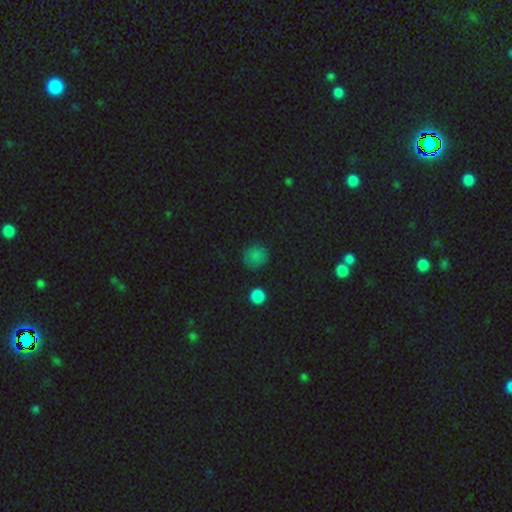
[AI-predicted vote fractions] This is likely a smooth galaxy (73%). How rounded: clearly round (91%). Merging: clearly none (84%).